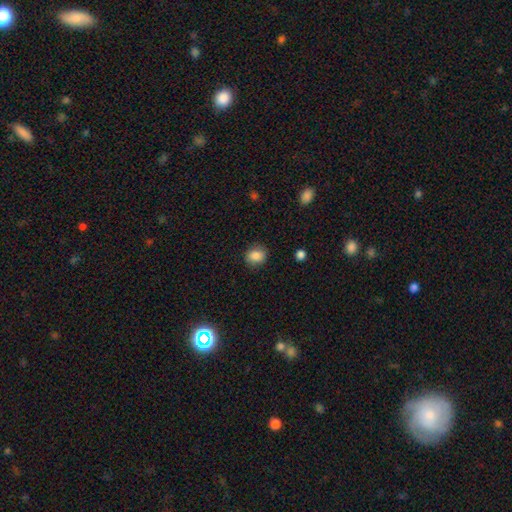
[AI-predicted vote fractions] smooth 85%, star or artifact 9%, featured or disk 6%. Down the decision tree: how rounded — round (66%); merging — none (81%).